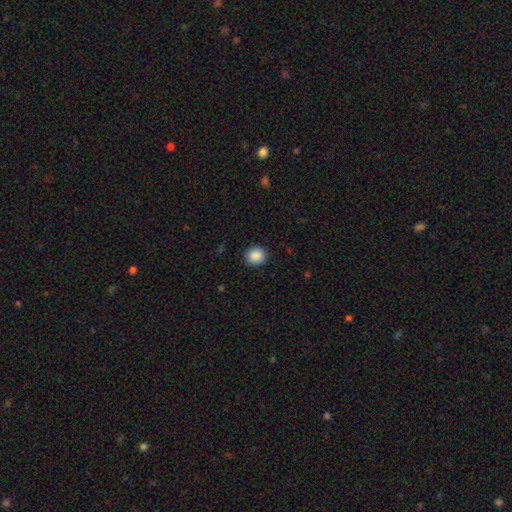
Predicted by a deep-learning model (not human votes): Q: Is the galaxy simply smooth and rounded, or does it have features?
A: smooth — 88%.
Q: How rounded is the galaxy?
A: round — 85%.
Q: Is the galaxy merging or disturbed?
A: none — 90%.